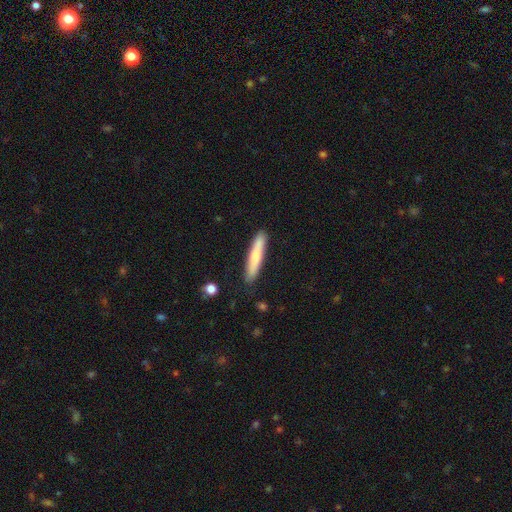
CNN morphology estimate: smooth-or-featured: smooth: 76% | featured or disk: 19% | star or artifact: 6%
  how-rounded: cigar-shaped: 92% | in between: 7% | round: 1%
  merging: none: 86% | minor disturbance: 10% | major disturbance: 2% | merger: 2%